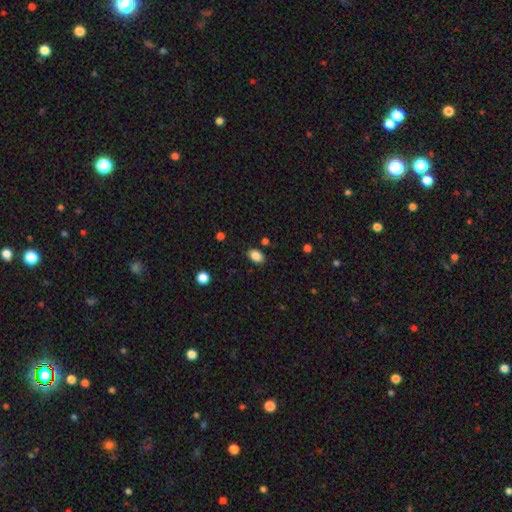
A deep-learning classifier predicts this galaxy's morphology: type=smooth (86%); roundness=in between (86%); merging=none (84%).